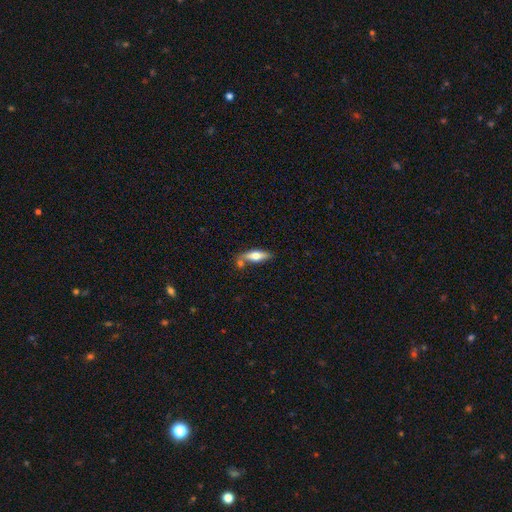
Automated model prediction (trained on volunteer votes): A smooth galaxy with no disk features (57%) that is in between round and cigar-shaped (50%). Merging: none (66%).